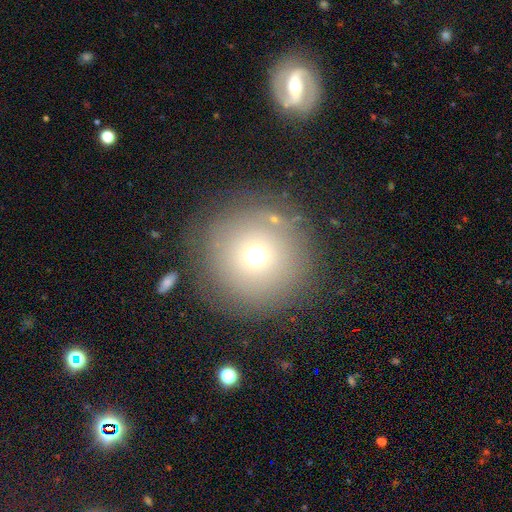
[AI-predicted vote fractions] Smooth or featured?
  - smooth: 68% *
  - star or artifact: 17%
  - featured or disk: 15%
How rounded?
  - round: 96% *
  - in between: 3%
  - cigar-shaped: 1%
Merging?
  - none: 82% *
  - minor disturbance: 10%
  - major disturbance: 5%
  - merger: 3%